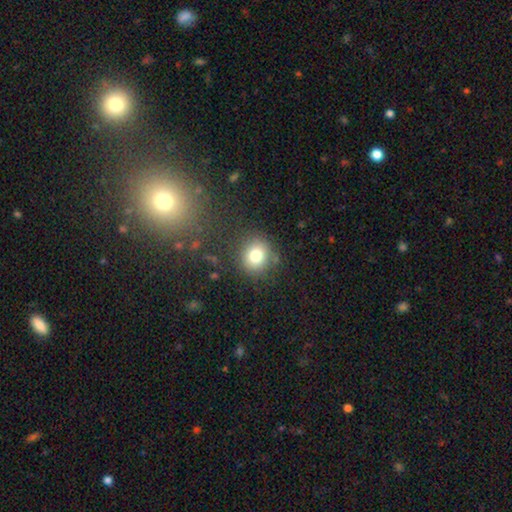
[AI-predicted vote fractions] Smooth or featured?
  - smooth: 79% *
  - star or artifact: 12%
  - featured or disk: 9%
How rounded?
  - round: 83% *
  - in between: 16%
  - cigar-shaped: 1%
Merging?
  - none: 82% *
  - minor disturbance: 10%
  - major disturbance: 4%
  - merger: 3%